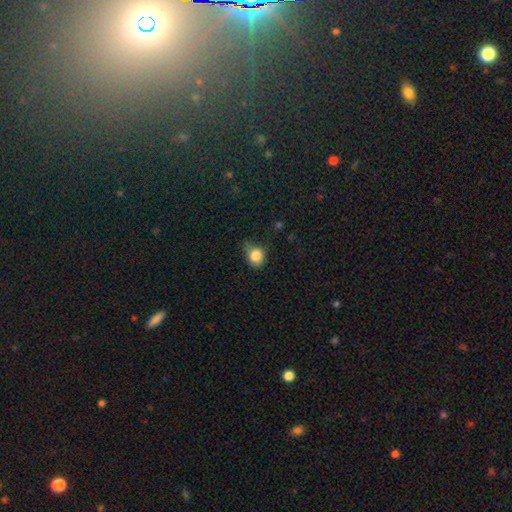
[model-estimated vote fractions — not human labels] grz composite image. It shows a smooth galaxy with no disk features (82%) that is round (70%). Merging: none (51%).